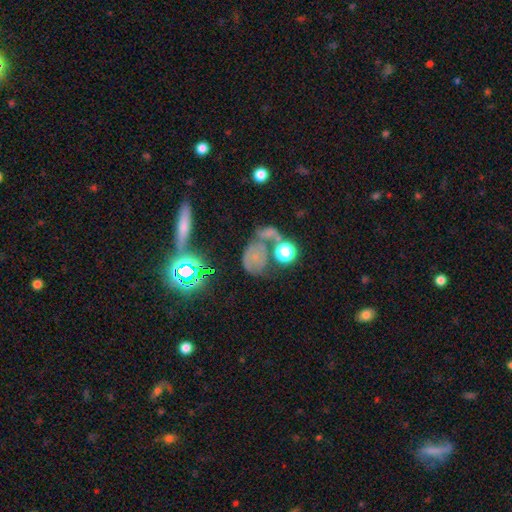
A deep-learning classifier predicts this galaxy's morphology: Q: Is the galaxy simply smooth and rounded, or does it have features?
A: smooth — 43%.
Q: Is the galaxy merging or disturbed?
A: none — 36%.